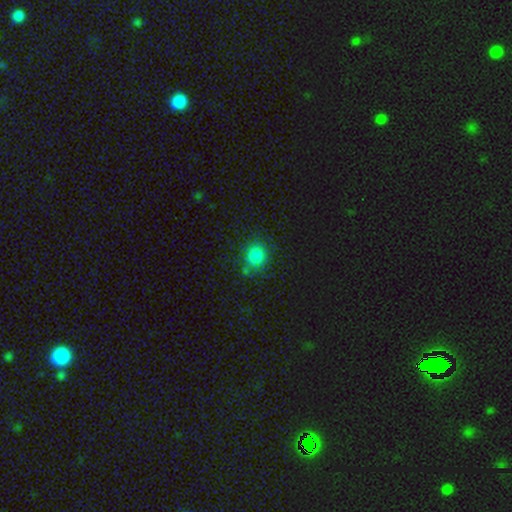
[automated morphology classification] This appears to be a smooth galaxy with no disk features (84%) that is round (79%). Merging: none (79%).